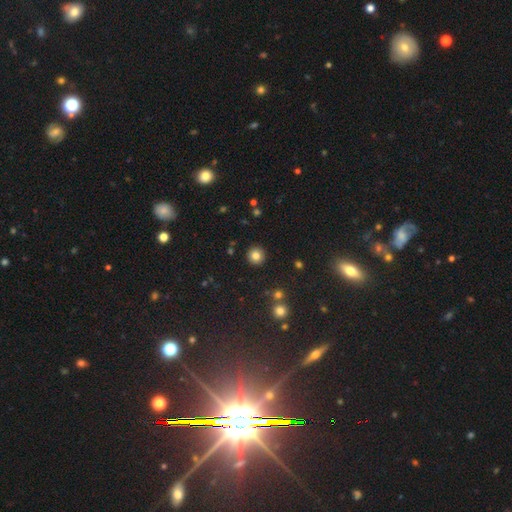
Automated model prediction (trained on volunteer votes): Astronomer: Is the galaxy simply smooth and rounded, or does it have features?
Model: smooth — 82%.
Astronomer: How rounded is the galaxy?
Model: round — 95%.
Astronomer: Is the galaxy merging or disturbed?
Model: none — 92%.